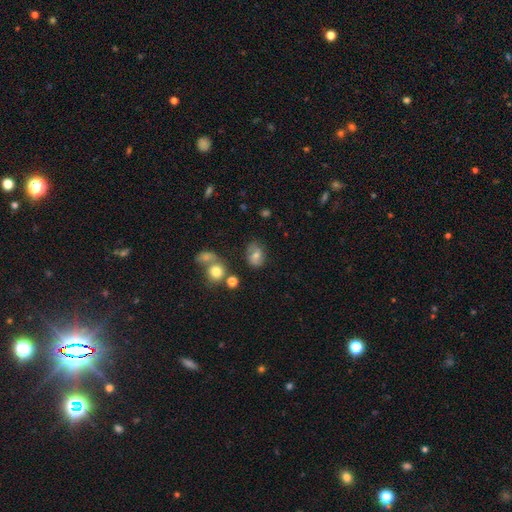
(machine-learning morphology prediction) Smooth or featured: smooth — 68% (featured or disk — 20%)
How rounded: in between — 65% (round — 33%)
Merging: none — 62% (minor disturbance — 22%)